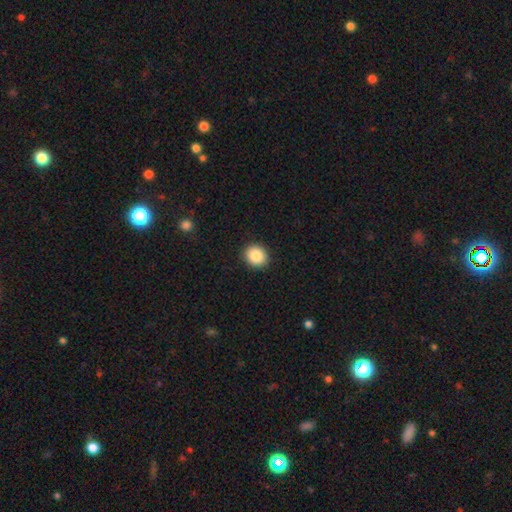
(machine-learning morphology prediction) Smooth or featured: smooth — 87% (star or artifact — 8%)
How rounded: round — 78% (in between — 21%)
Merging: none — 92% (minor disturbance — 6%)